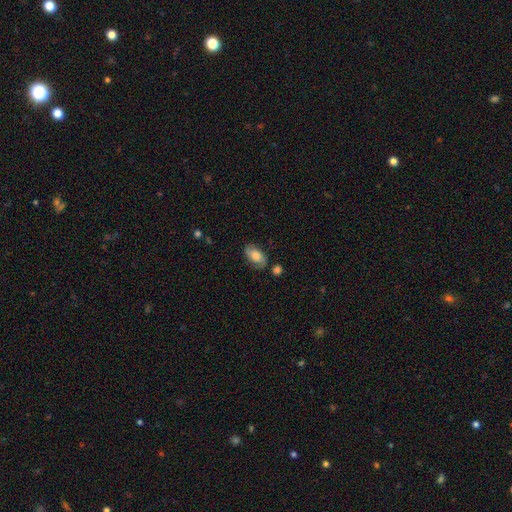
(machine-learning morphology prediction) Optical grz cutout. It shows a smooth galaxy with no disk features (62%) that is in between round and cigar-shaped (91%). Merging: none (73%).